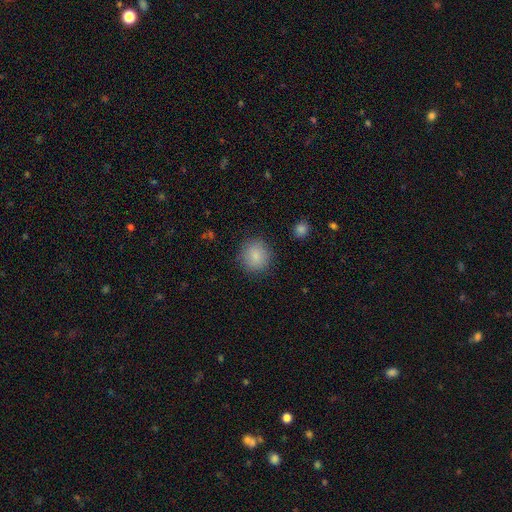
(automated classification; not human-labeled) A smooth galaxy with no disk features (87%) that is round (90%).

Vote fractions:
- Smooth or featured? smooth: 87% / star or artifact: 8% / featured or disk: 5%
- How rounded? round: 90% / in between: 10% / cigar-shaped: 1%
- Merging? none: 87% / minor disturbance: 8% / major disturbance: 3% / merger: 1%